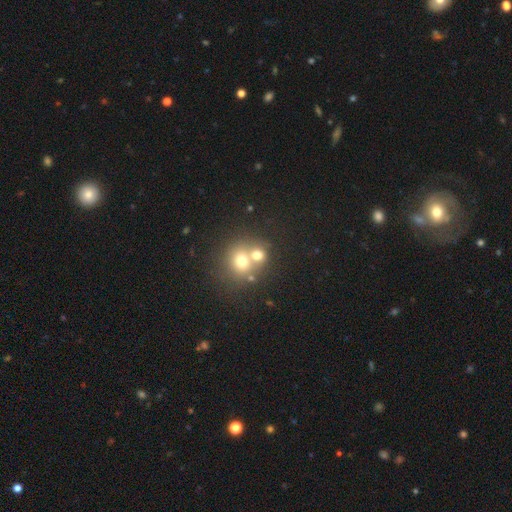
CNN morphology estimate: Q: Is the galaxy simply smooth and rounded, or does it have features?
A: smooth — 65%.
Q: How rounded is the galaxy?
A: round — 79%.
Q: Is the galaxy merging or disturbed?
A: merger — 55%.